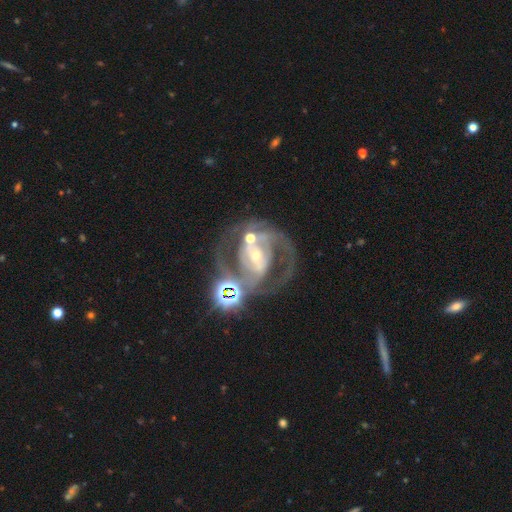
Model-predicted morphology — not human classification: Smooth or featured? Predicted: featured or disk (p=0.84). Edge-on disk? Predicted: no (p=0.97). Bar? Predicted: strong (p=0.36). Spiral arms? Predicted: yes (p=0.87). Spiral winding? Predicted: medium (p=0.50). Spiral arm count? Predicted: 2 (p=0.73). Bulge size? Predicted: small (p=0.62). Merging? Predicted: none (p=0.51).